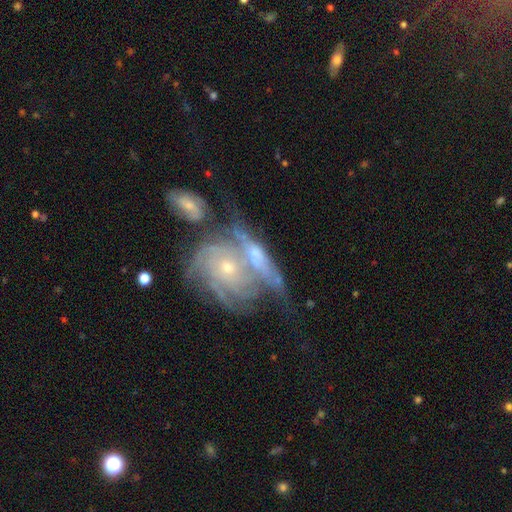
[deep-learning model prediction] Smooth or featured? featured or disk (78%)
Edge-on disk? no (93%)
Bar? no (79%)
Spiral arms? yes (84%)
Spiral winding? tight (60%)
Spiral arm count? can't tell (36%)
Bulge size? small (71%)
Merging? merger (42%)